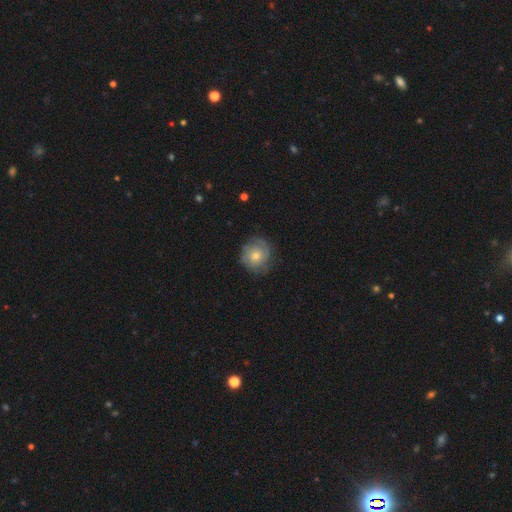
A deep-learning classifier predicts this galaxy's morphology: smooth_or_featured: smooth (p=0.53) [alt: featured or disk p=0.39]
how_rounded: round (p=0.88) [alt: in between p=0.11]
merging: none (p=0.74) [alt: minor disturbance p=0.19]